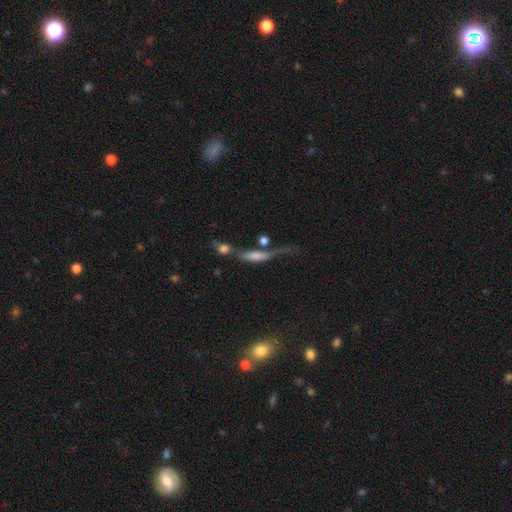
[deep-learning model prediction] smooth-or-featured: featured or disk: 43% | smooth: 42% | star or artifact: 15%
  merging: merger: 37% | none: 27% | major disturbance: 21% | minor disturbance: 15%